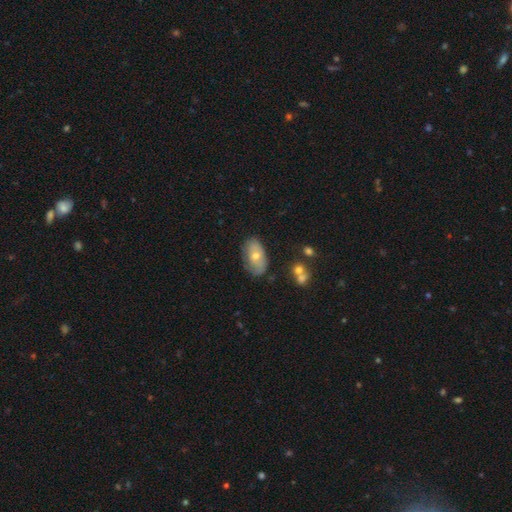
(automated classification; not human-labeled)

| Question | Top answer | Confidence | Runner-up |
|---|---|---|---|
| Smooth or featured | smooth | 54% | featured or disk (37%) |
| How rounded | in between | 91% | round (7%) |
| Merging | none | 67% | minor disturbance (24%) |